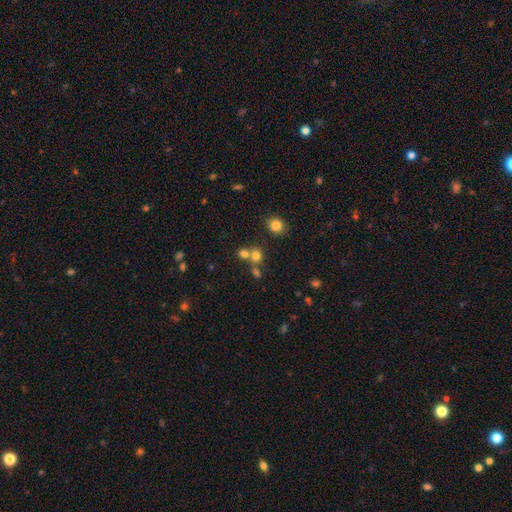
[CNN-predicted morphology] Smooth or featured: smooth — 72% (star or artifact — 18%)
How rounded: round — 82% (in between — 17%)
Merging: none — 48% (merger — 42%)